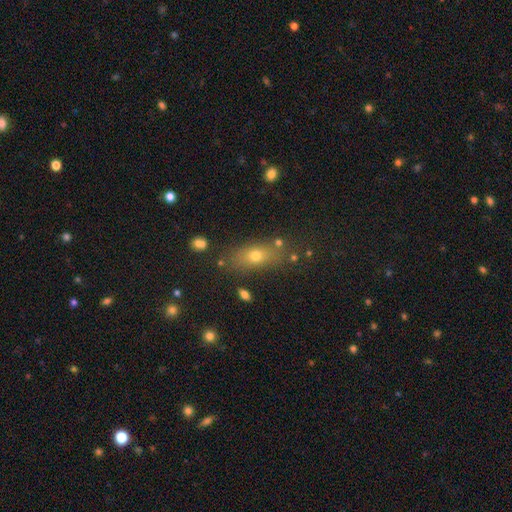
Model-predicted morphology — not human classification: Smooth or featured?
  - smooth: 67% *
  - featured or disk: 18%
  - star or artifact: 15%
How rounded?
  - in between: 67% *
  - cigar-shaped: 17%
  - round: 16%
Merging?
  - none: 76% *
  - minor disturbance: 13%
  - merger: 6%
  - major disturbance: 5%